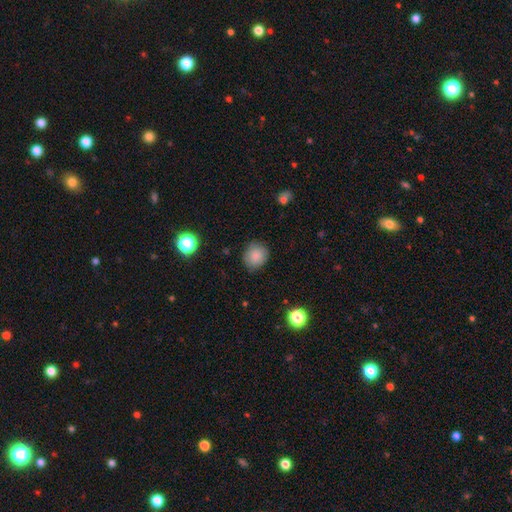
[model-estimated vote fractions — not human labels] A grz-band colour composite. It shows a smooth galaxy with no disk features (85%) that is round (77%). Merging: none (83%).